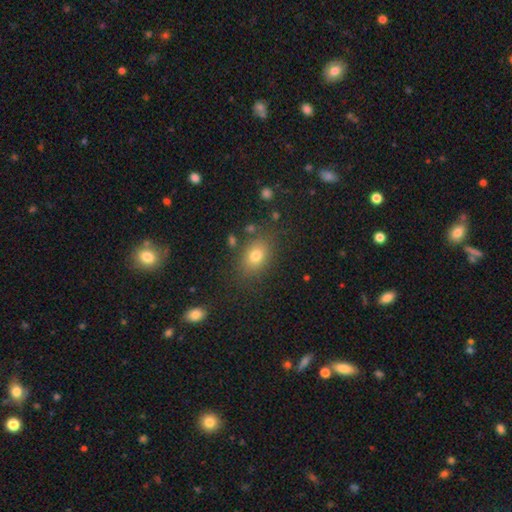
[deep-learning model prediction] A smooth galaxy with no disk features (77%) that is in between round and cigar-shaped (71%).

Vote fractions:
- Smooth or featured? smooth: 77% / star or artifact: 12% / featured or disk: 11%
- How rounded? in between: 71% / round: 28% / cigar-shaped: 1%
- Merging? none: 79% / minor disturbance: 13% / major disturbance: 5% / merger: 3%